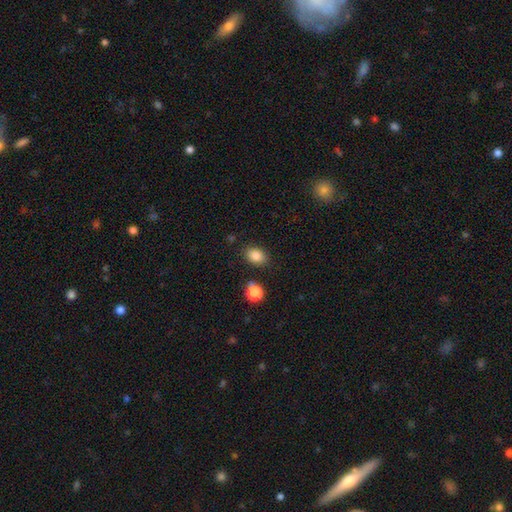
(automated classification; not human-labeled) Smooth or featured: smooth — 85% (star or artifact — 10%)
How rounded: in between — 69% (round — 30%)
Merging: none — 81% (minor disturbance — 12%)